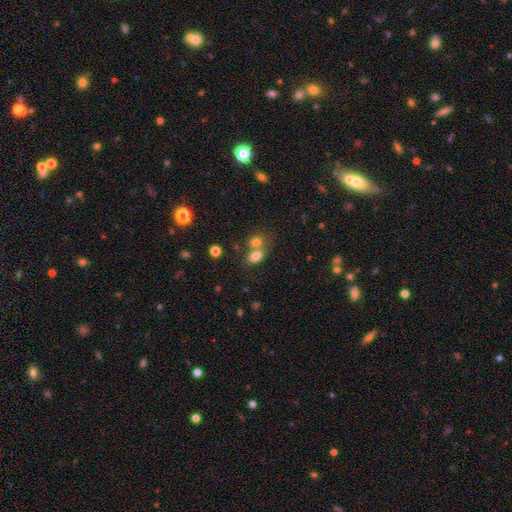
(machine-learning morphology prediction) type=smooth (77%); roundness=in between (80%); merging=merger (49%).